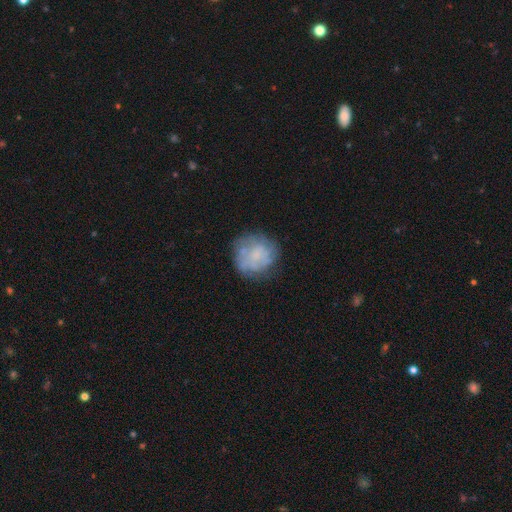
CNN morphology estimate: smooth_or_featured: smooth (p=0.46) [alt: featured or disk p=0.45]
merging: none (p=0.64) [alt: minor disturbance p=0.21]